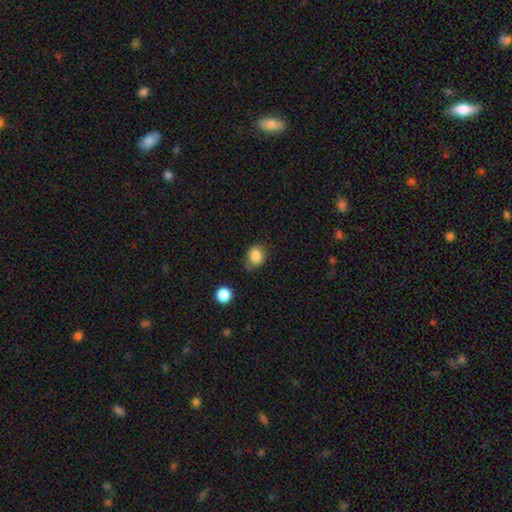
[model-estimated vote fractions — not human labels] Morphology: type=smooth (85%); roundness=round (53%); merging=none (63%).